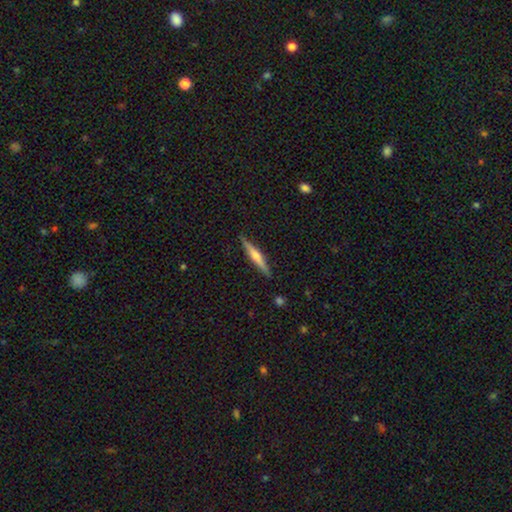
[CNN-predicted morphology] featured or disk 54%, smooth 39%, star or artifact 6%. Down the decision tree: edge-on disk — yes (97%); edge-on bulge — rounded (71%); merging — none (90%).